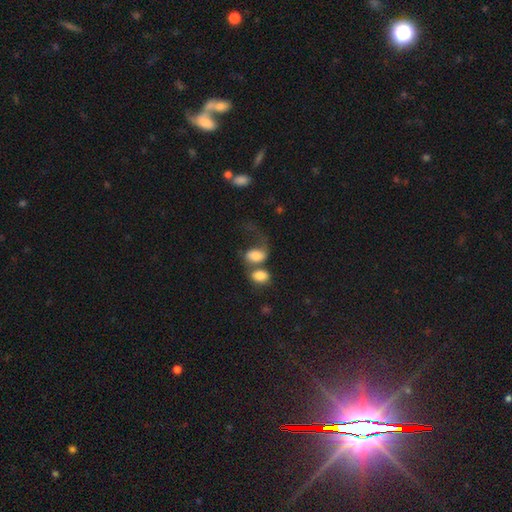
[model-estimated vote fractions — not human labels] Q: Smooth or featured?
A: smooth (70%); runner-up: featured or disk (21%)
Q: How rounded?
A: in between (78%); runner-up: round (20%)
Q: Merging?
A: merger (59%); runner-up: major disturbance (19%)